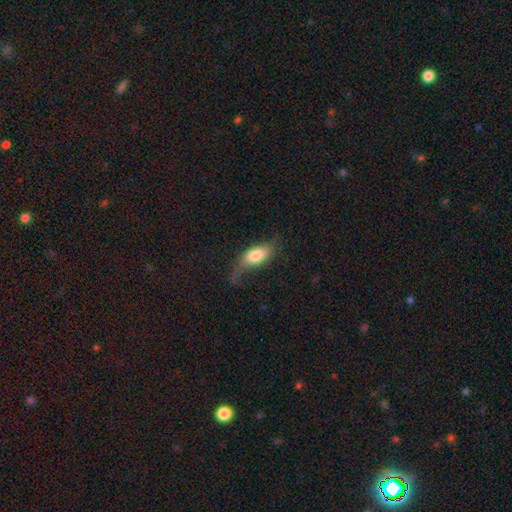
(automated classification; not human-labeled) Smooth or featured? Predicted: smooth (p=0.73). How rounded? Predicted: in between (p=0.85). Merging? Predicted: none (p=0.36).